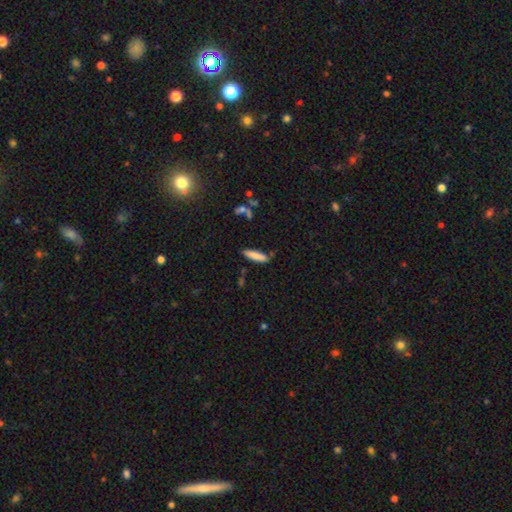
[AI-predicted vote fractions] Overall: smooth (82%). How rounded: cigar-shaped (72%). Merging: none (79%).